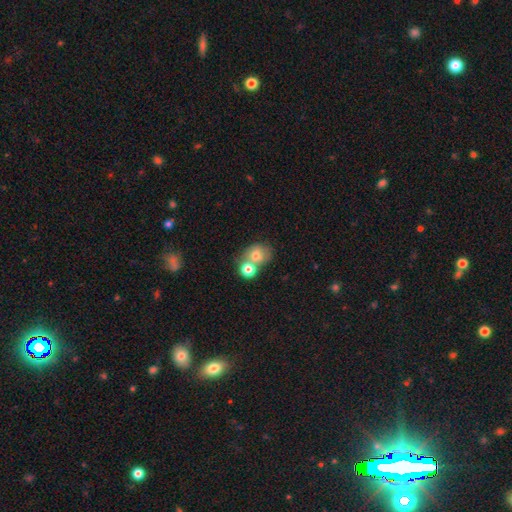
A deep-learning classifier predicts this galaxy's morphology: A smooth galaxy with no disk features (72%) that is round (61%).

Vote fractions:
- Smooth or featured? smooth: 72% / featured or disk: 17% / star or artifact: 11%
- How rounded? round: 61% / in between: 38% / cigar-shaped: 1%
- Merging? merger: 49% / none: 36% / minor disturbance: 10% / major disturbance: 5%